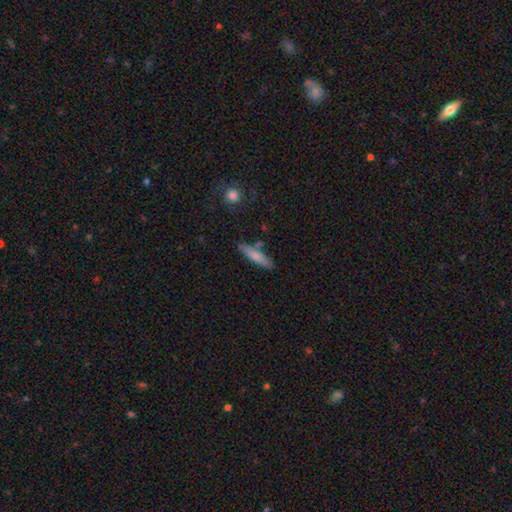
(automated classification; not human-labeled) Overall: smooth (75%). How rounded: cigar-shaped (81%). Merging: none (78%).